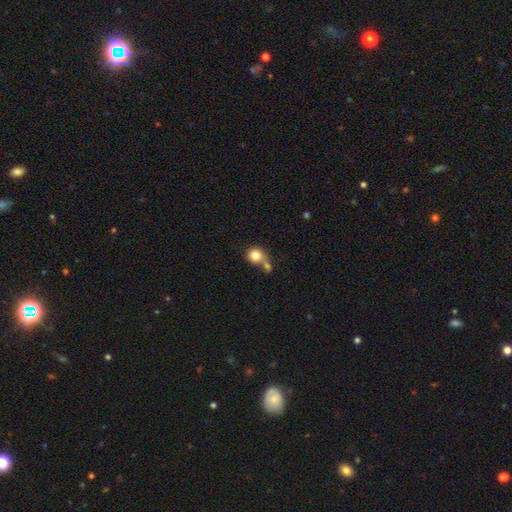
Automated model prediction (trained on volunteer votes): This is clearly a smooth galaxy (81%). How rounded: clearly round (83%). Merging: marginally none (42%, tied with merger).